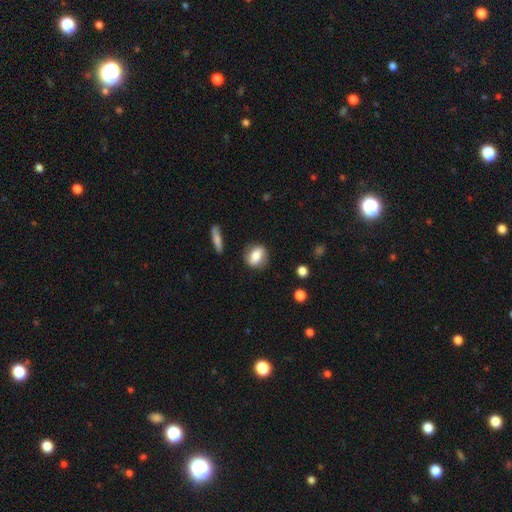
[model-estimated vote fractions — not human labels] This appears to be a smooth galaxy with no disk features (72%) that is in between round and cigar-shaped (50%). Merging: none (80%).